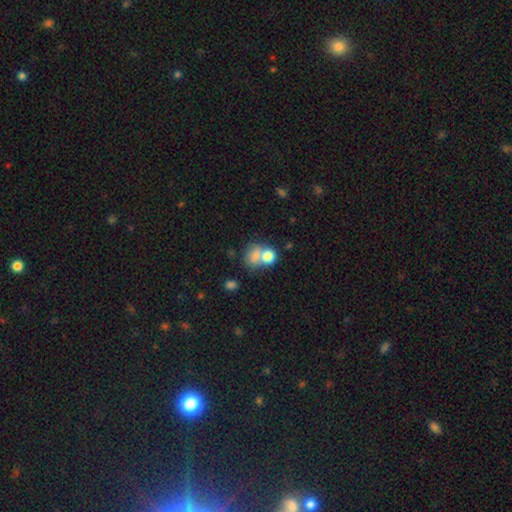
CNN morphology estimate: Smooth or featured?
  - smooth: 75% *
  - featured or disk: 15%
  - star or artifact: 11%
How rounded?
  - round: 59% *
  - in between: 40%
  - cigar-shaped: 1%
Merging?
  - merger: 52% *
  - none: 29%
  - minor disturbance: 11%
  - major disturbance: 8%